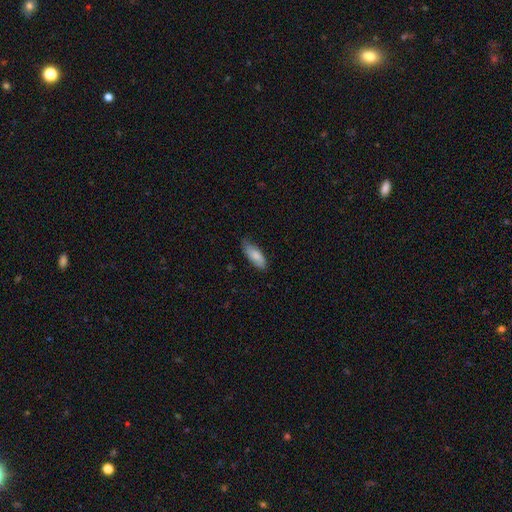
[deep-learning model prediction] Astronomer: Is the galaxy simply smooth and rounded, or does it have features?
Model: smooth — 79%.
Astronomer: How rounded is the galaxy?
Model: in between — 76%.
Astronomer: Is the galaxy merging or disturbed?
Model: none — 67%.